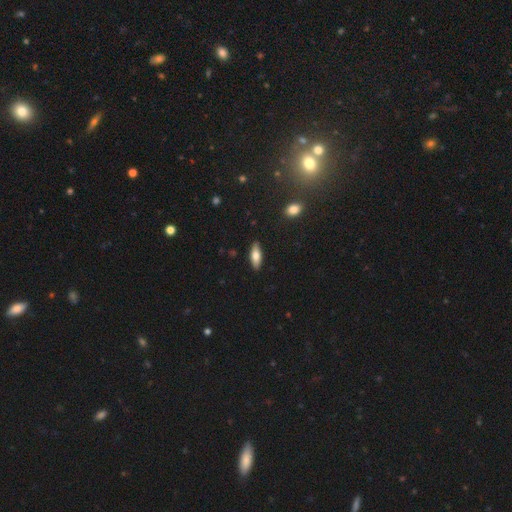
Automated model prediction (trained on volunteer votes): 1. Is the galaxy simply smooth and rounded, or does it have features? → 67% smooth, 27% featured or disk, 6% star or artifact.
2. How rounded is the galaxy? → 56% in between, 42% cigar-shaped, 2% round.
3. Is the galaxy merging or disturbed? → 88% none, 9% minor disturbance, 2% major disturbance, 1% merger.